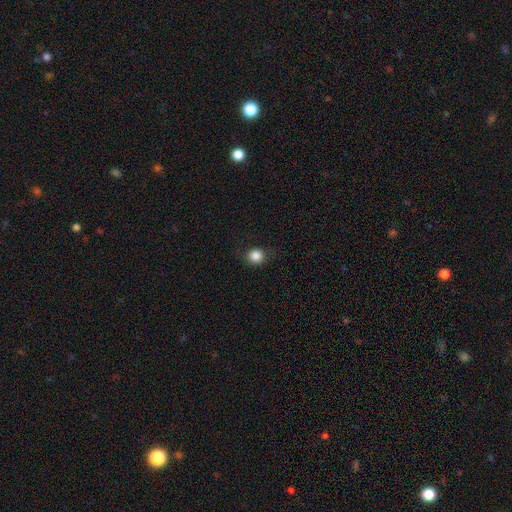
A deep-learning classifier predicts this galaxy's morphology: This appears to be a smooth galaxy with no disk features (85%) that is round (84%). Merging: none (83%).